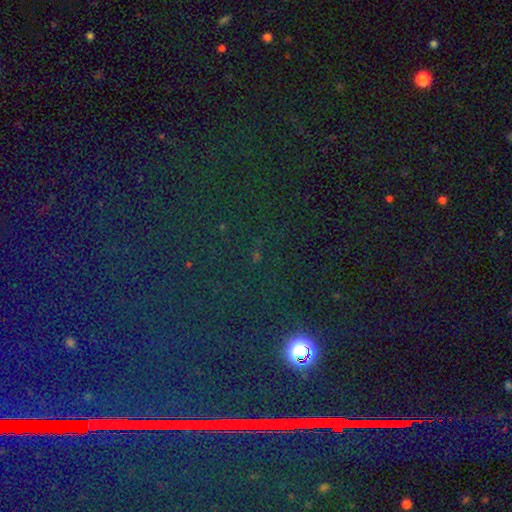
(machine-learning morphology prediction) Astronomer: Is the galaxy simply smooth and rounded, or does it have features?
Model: star or artifact — 84%.